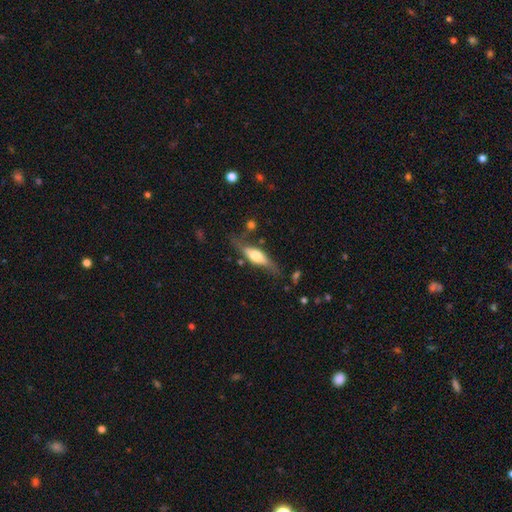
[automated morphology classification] This is possibly a featured or disk galaxy (52%). It is likely viewed edge-on (70%). Merging: likely none (61%).